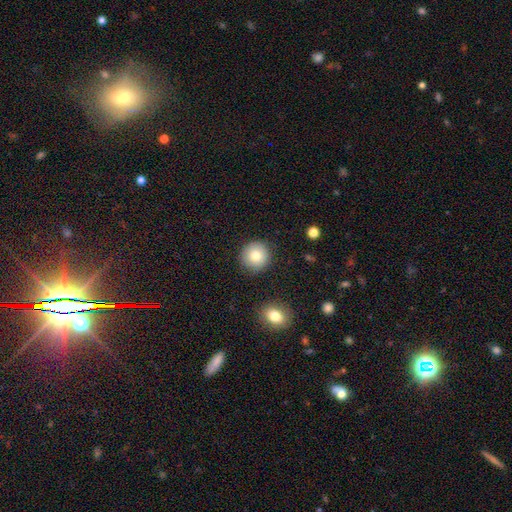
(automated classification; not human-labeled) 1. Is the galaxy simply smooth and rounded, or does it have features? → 79% smooth, 11% featured or disk, 10% star or artifact.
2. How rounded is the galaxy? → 93% round, 6% in between, 1% cigar-shaped.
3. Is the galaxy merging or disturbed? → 88% none, 8% minor disturbance, 2% major disturbance, 2% merger.